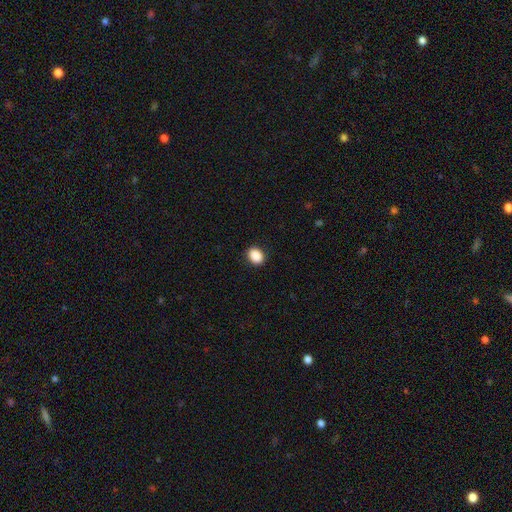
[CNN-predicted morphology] A smooth galaxy with no disk features (89%) that is in between round and cigar-shaped (55%).

Vote fractions:
- Smooth or featured? smooth: 89% / star or artifact: 8% / featured or disk: 2%
- How rounded? in between: 55% / round: 44% / cigar-shaped: 1%
- Merging? none: 89% / minor disturbance: 8% / major disturbance: 2% / merger: 1%